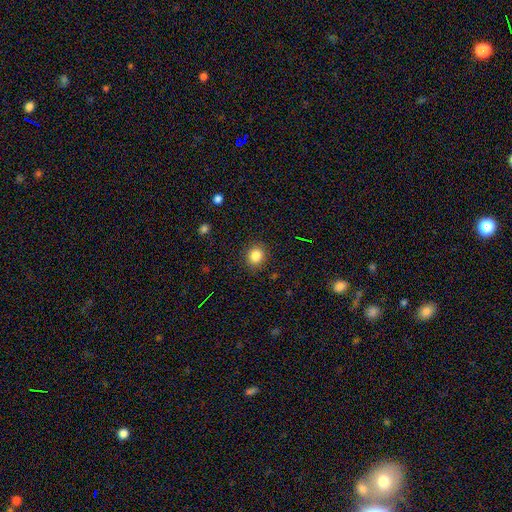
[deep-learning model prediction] Smooth or featured: smooth — 84% (star or artifact — 11%)
How rounded: round — 81% (in between — 18%)
Merging: none — 89% (minor disturbance — 8%)